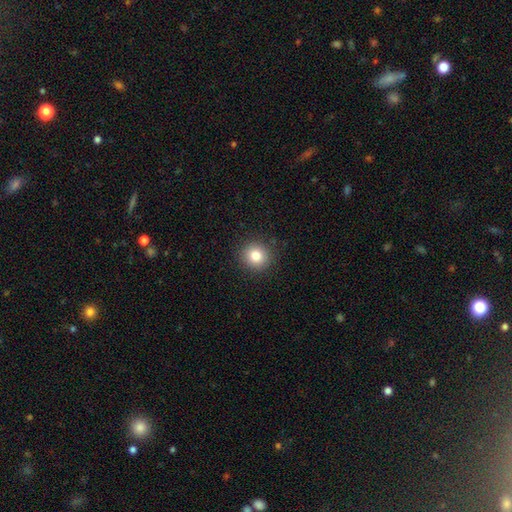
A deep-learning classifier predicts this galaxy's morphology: Smooth or featured?
  - smooth: 82% *
  - star or artifact: 11%
  - featured or disk: 7%
How rounded?
  - round: 92% *
  - in between: 7%
  - cigar-shaped: 1%
Merging?
  - none: 91% *
  - minor disturbance: 6%
  - major disturbance: 2%
  - merger: 1%